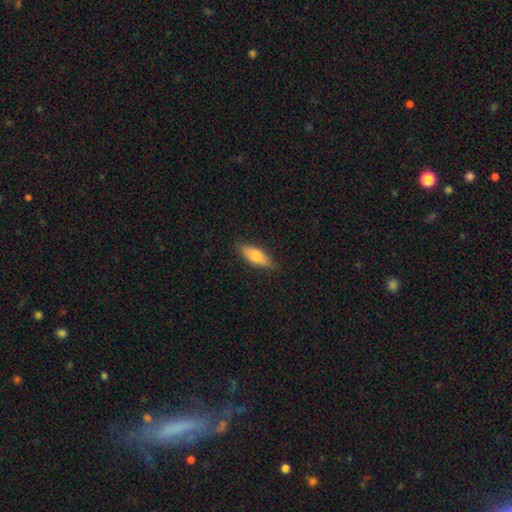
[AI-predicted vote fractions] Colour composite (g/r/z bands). It shows a smooth galaxy with no disk features (72%) that is in between round and cigar-shaped (68%). Merging: none (85%).